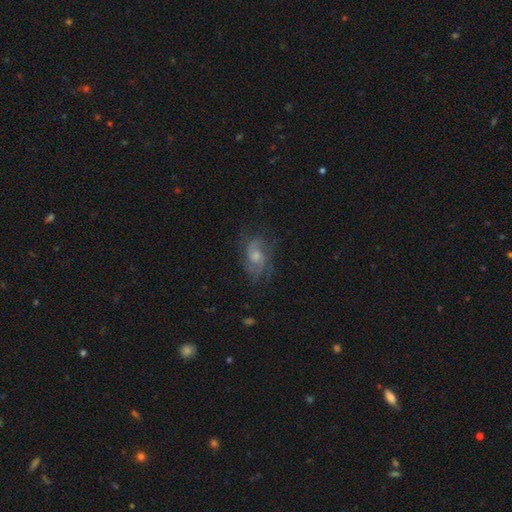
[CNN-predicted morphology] Overall: featured or disk (76%). Edge-on disk: no (96%). Bar: no (66%; weak 29%). Spiral arms: yes (94%). Spiral arm count: 2 (32%; can't tell 25%). Spiral winding: medium (45%; tight 39%). Bulge size: moderate (52%; small 36%). Merging: none (71%).